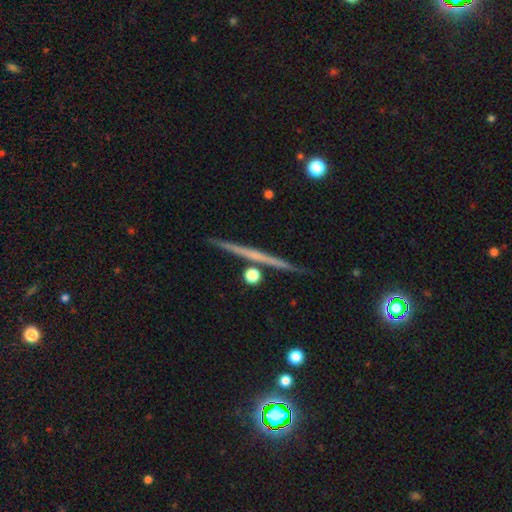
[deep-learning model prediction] Overall: featured or disk (66%; smooth 27%). Edge-on disk: yes (98%). Edge-on bulge: none (81%). Merging: none (89%).